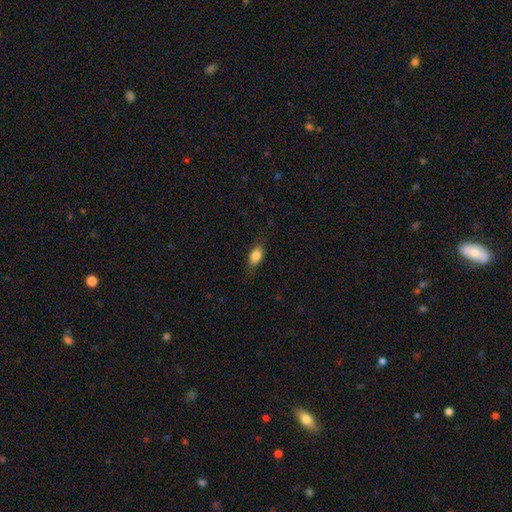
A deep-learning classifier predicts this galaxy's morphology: type=smooth (83%); roundness=in between (85%); merging=none (76%).